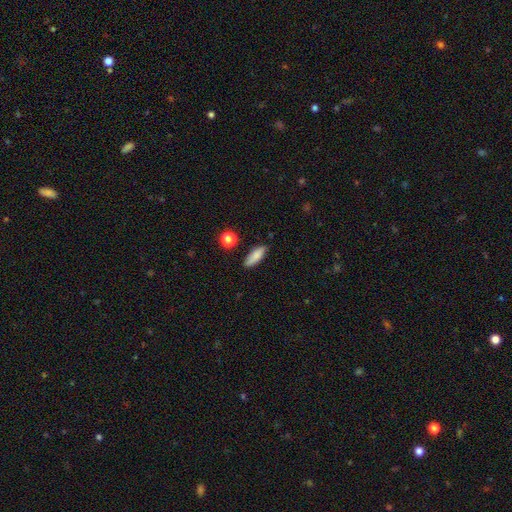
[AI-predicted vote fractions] Smooth or featured?
  - smooth: 83% *
  - featured or disk: 9%
  - star or artifact: 8%
How rounded?
  - in between: 59% *
  - cigar-shaped: 37%
  - round: 3%
Merging?
  - none: 81% *
  - minor disturbance: 13%
  - major disturbance: 3%
  - merger: 3%